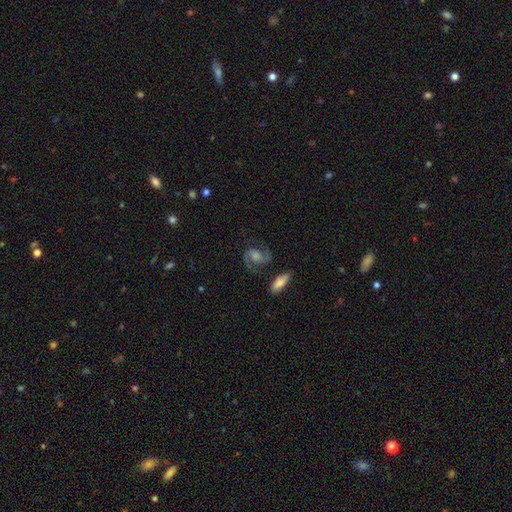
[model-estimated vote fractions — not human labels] Q: Smooth or featured?
A: featured or disk (85%); runner-up: smooth (8%)
Q: Edge-on disk?
A: no (97%); runner-up: yes (3%)
Q: Bar?
A: no (43%); runner-up: weak (41%)
Q: Spiral arms?
A: yes (97%); runner-up: no (3%)
Q: Spiral winding?
A: medium (61%); runner-up: tight (21%)
Q: Spiral arm count?
A: 2 (92%); runner-up: can't tell (2%)
Q: Bulge size?
A: moderate (45%); runner-up: small (26%)
Q: Merging?
A: none (76%); runner-up: minor disturbance (13%)